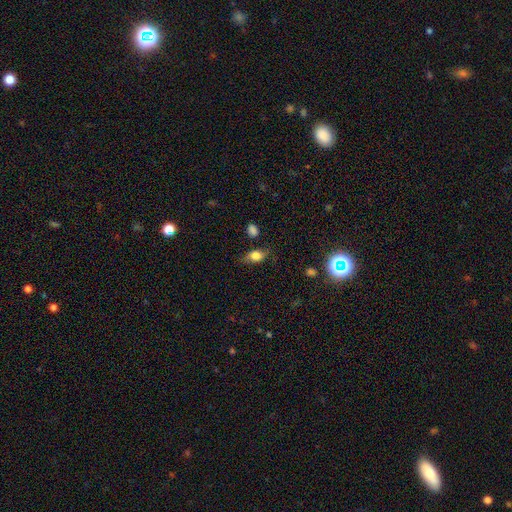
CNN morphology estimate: Overall: smooth (71%). How rounded: in between (78%). Merging: none (68%).